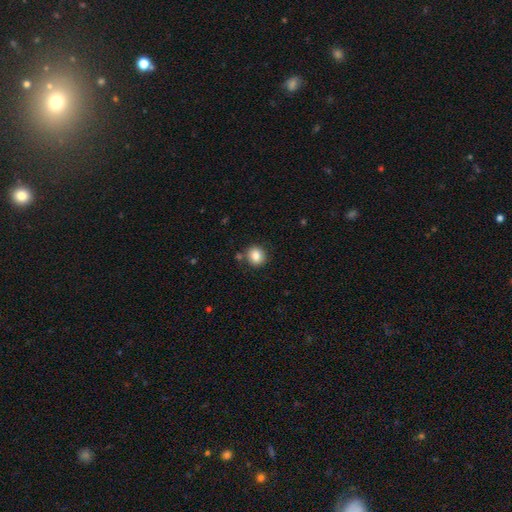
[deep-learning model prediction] This appears to be a smooth galaxy with no disk features (85%) that is round (82%). Merging: none (81%).